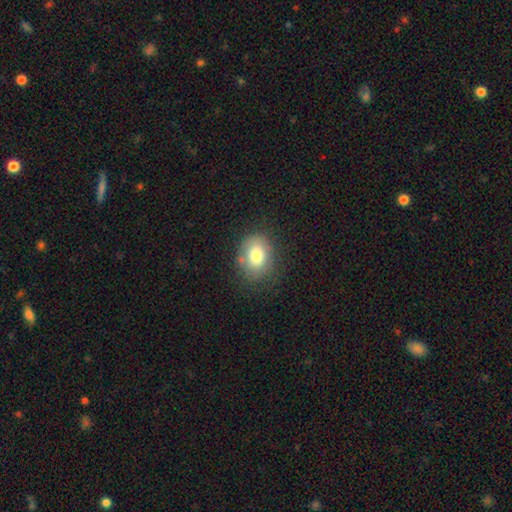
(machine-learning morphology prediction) Overall: smooth (76%). How rounded: in between (55%; round 45%). Merging: none (76%).